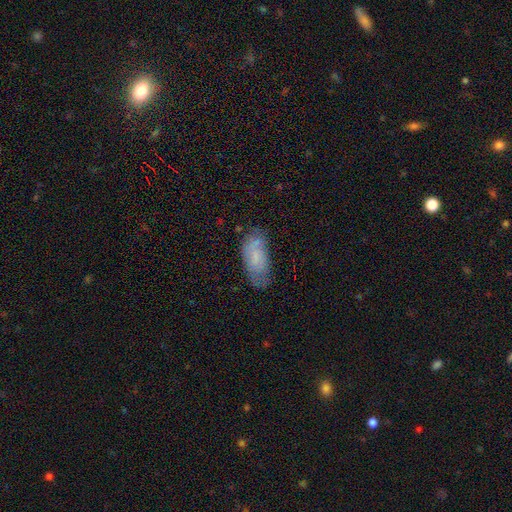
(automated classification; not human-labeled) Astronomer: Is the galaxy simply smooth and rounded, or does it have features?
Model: smooth — 62%.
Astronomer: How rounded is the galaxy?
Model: in between — 89%.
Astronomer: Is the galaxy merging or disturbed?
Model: none — 57%.